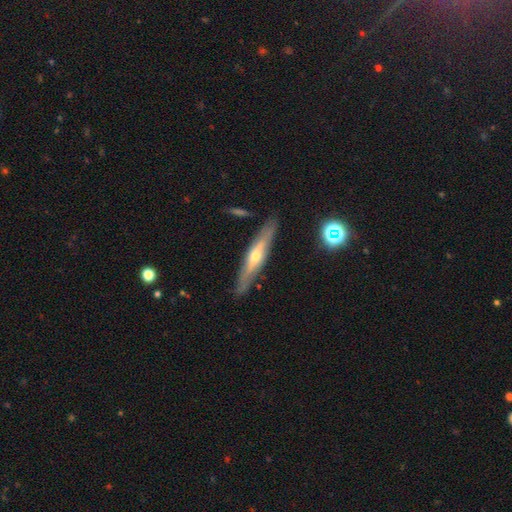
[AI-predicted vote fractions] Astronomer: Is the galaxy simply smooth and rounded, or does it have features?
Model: featured or disk — 65%.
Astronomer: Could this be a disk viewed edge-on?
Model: yes — 85%.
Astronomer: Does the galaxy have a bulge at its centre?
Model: rounded — 83%.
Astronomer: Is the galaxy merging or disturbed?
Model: none — 86%.